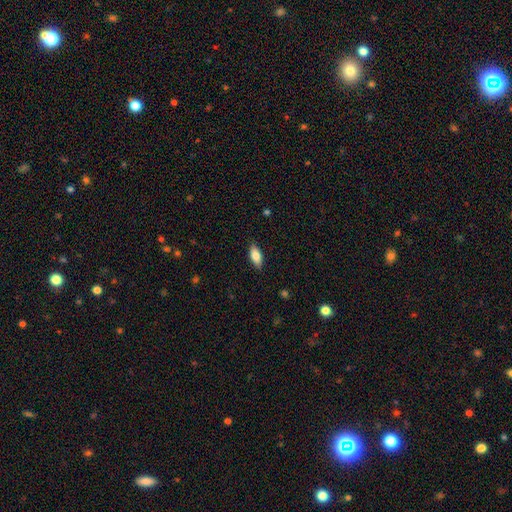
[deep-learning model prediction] The model was most divided on "smooth or featured": smooth: 82%, featured or disk: 12%, star or artifact: 7%. More confident: merging — none (87%); how rounded — in between (85%).